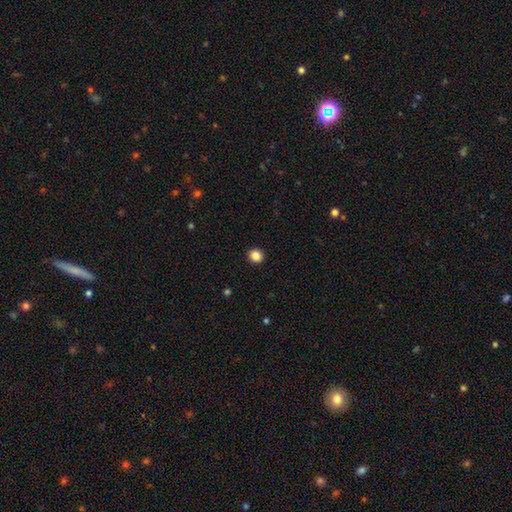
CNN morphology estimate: Smooth or featured? smooth (86%)
How rounded? round (86%)
Merging? none (93%)